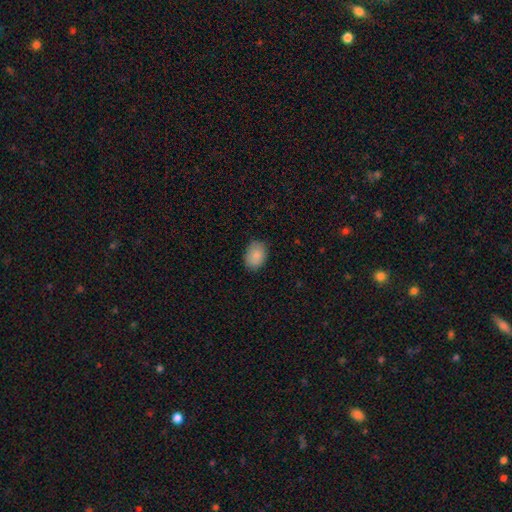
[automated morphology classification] The model was most divided on "how rounded": in between: 73%, round: 26%, cigar-shaped: 1%. More confident: smooth or featured — smooth (87%); merging — none (82%).